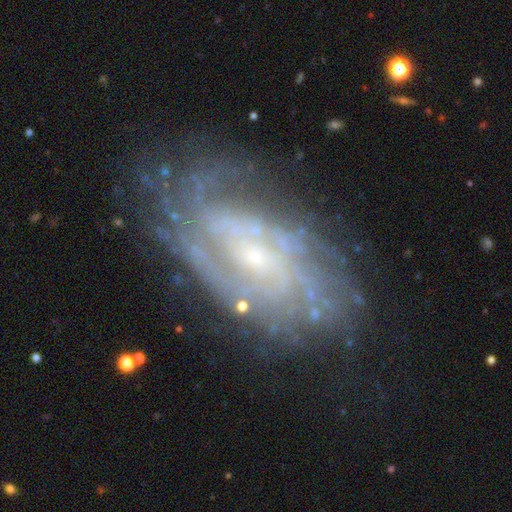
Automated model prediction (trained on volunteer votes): Overall: featured or disk (84%). Edge-on disk: no (94%). Bar: no (59%; weak 33%). Spiral arms: yes (90%). Spiral arm count: can't tell (47%; 2 16%). Spiral winding: tight (58%; medium 31%). Bulge size: small (75%). Merging: none (71%).